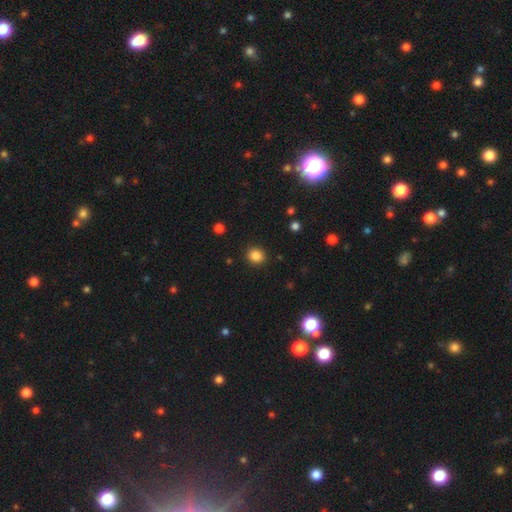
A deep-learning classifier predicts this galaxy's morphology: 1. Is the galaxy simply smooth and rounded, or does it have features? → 85% smooth, 11% star or artifact, 4% featured or disk.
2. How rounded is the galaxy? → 82% round, 18% in between, 1% cigar-shaped.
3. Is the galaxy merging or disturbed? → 90% none, 6% minor disturbance, 2% major disturbance, 1% merger.